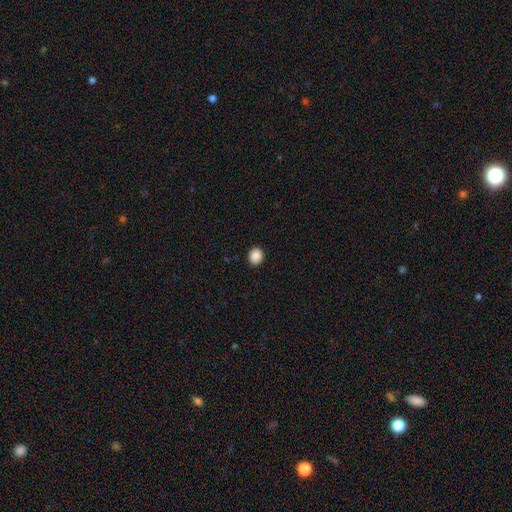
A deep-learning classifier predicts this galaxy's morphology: Overall: smooth (89%). How rounded: round (79%). Merging: none (92%).